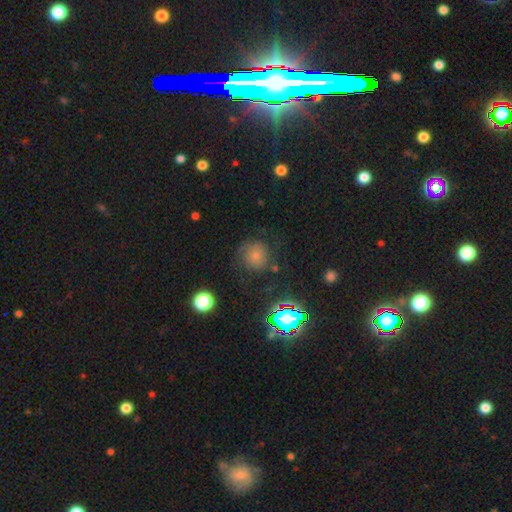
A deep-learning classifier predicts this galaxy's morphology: Smooth or featured: smooth — 53% (featured or disk — 27%)
How rounded: round — 87% (in between — 12%)
Merging: none — 65% (minor disturbance — 20%)